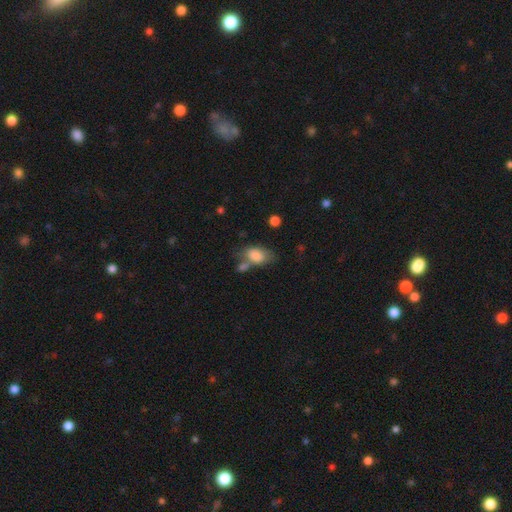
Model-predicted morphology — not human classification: Q: Smooth or featured?
A: smooth (83%); runner-up: featured or disk (9%)
Q: How rounded?
A: in between (89%); runner-up: round (9%)
Q: Merging?
A: none (43%); runner-up: merger (25%)